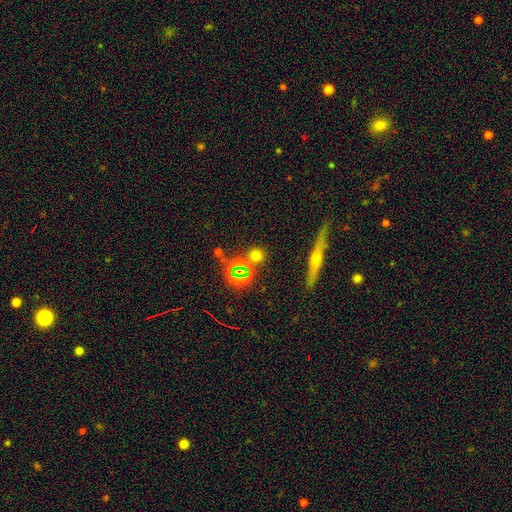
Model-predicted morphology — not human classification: type=smooth (61%); roundness=round (88%); merging=none (79%).